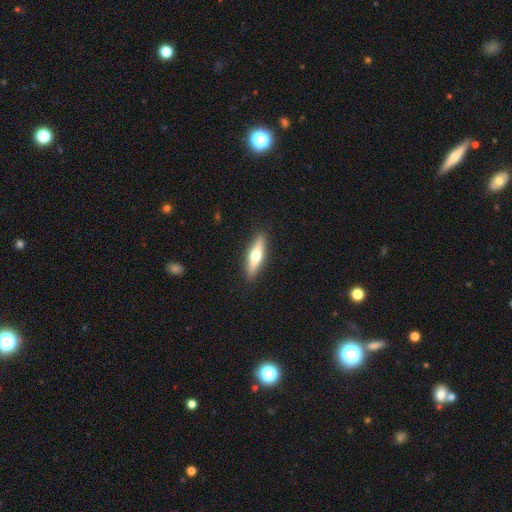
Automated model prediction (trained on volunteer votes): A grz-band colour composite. It shows a smooth galaxy with no disk features (53%) that is cigar-shaped (64%). Merging: none (90%).